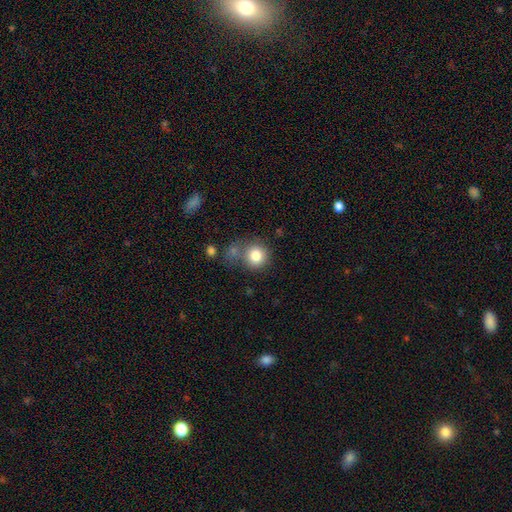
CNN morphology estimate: This appears to be a smooth galaxy with no disk features (82%) that is round (89%). Merging: none (62%).